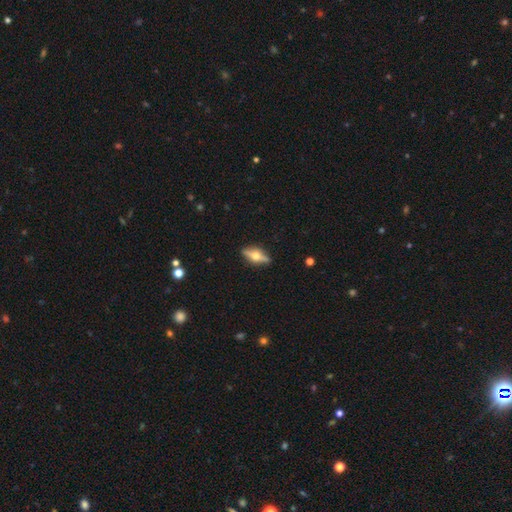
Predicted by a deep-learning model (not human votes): Morphology: type=featured or disk (68%); edge-on=yes (93%); edge-on bulge=rounded (95%); merging=none (86%).